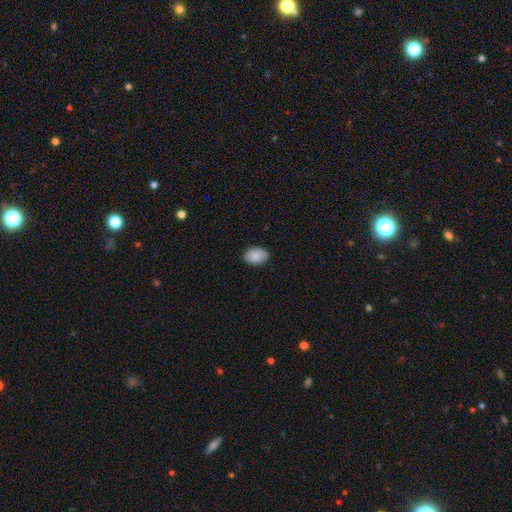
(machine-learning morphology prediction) This appears to be a smooth galaxy with no disk features (90%) that is in between round and cigar-shaped (84%). Merging: none (86%).